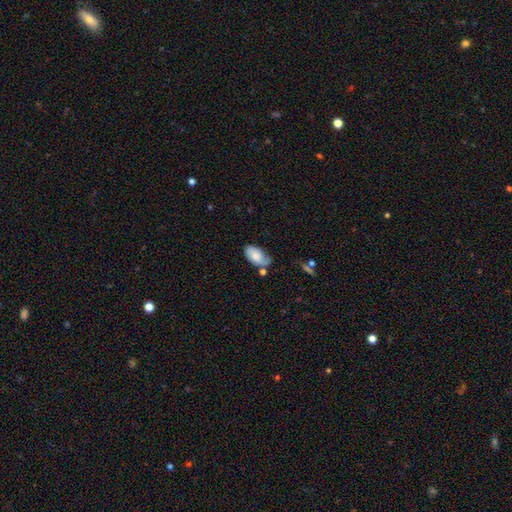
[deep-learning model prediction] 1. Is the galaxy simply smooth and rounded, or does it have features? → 57% smooth, 35% featured or disk, 8% star or artifact.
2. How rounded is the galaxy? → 93% in between, 4% round, 2% cigar-shaped.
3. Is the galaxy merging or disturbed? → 50% none, 31% minor disturbance, 10% major disturbance, 9% merger.